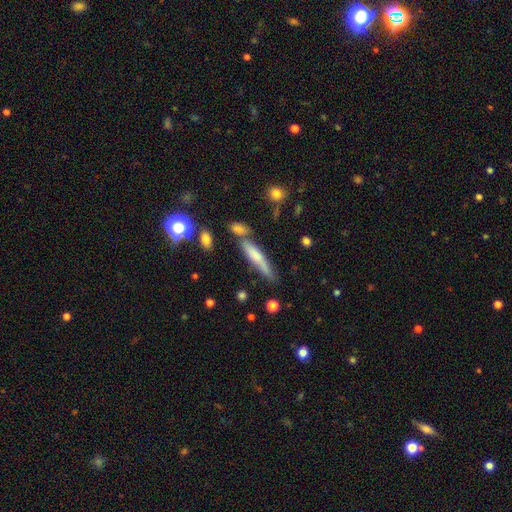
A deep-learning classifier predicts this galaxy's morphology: Smooth or featured?
  - smooth: 58% *
  - featured or disk: 33%
  - star or artifact: 8%
How rounded?
  - cigar-shaped: 85% *
  - in between: 13%
  - round: 2%
Merging?
  - none: 60% *
  - minor disturbance: 20%
  - merger: 14%
  - major disturbance: 6%